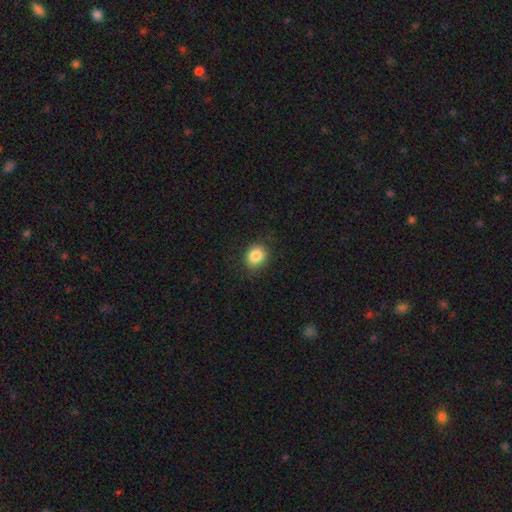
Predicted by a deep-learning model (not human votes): This appears to be a smooth galaxy with no disk features (85%) that is round (61%). Merging: none (85%).